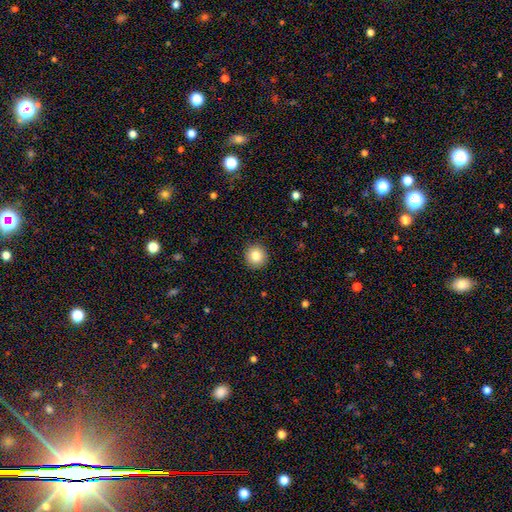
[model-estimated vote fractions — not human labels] The model was most divided on "smooth or featured": smooth: 83%, star or artifact: 10%, featured or disk: 6%. More confident: how rounded — round (95%); merging — none (92%).